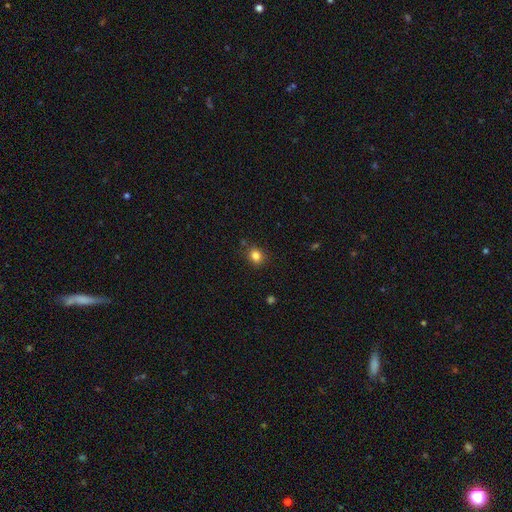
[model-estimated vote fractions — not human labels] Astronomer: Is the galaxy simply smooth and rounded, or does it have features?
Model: smooth — 83%.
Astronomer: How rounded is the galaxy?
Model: round — 64%.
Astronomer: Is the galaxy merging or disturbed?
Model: none — 84%.